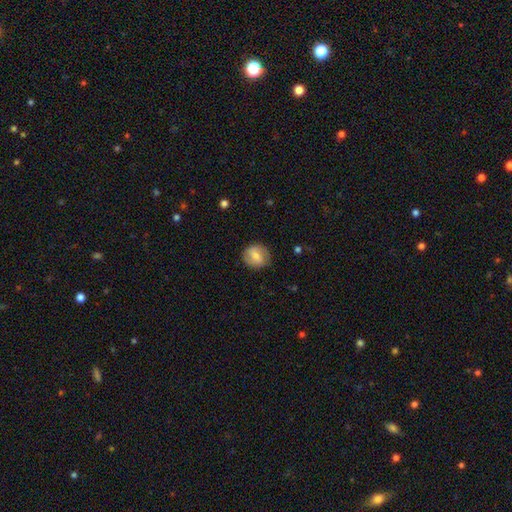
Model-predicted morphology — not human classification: Smooth or featured? smooth (58%)
How rounded? round (72%)
Merging? none (80%)